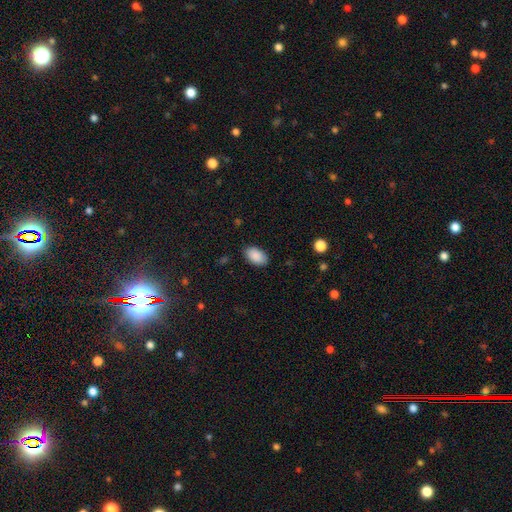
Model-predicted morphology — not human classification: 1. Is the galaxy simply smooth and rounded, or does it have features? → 90% smooth, 7% star or artifact, 4% featured or disk.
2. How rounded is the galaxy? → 93% in between, 6% round, 1% cigar-shaped.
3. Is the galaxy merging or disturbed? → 86% none, 10% minor disturbance, 3% major disturbance, 1% merger.